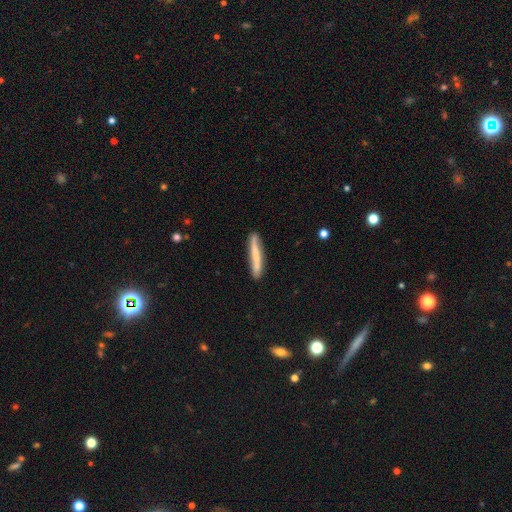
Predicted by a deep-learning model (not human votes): Smooth or featured?
  - smooth: 63% *
  - featured or disk: 31%
  - star or artifact: 6%
How rounded?
  - cigar-shaped: 94% *
  - in between: 5%
  - round: 1%
Merging?
  - none: 80% *
  - minor disturbance: 15%
  - major disturbance: 3%
  - merger: 2%